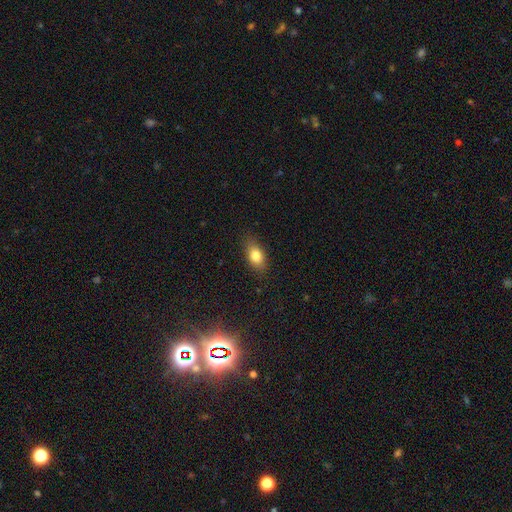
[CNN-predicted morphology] Smooth or featured? Predicted: smooth (p=0.81). How rounded? Predicted: in between (p=0.83). Merging? Predicted: none (p=0.82).